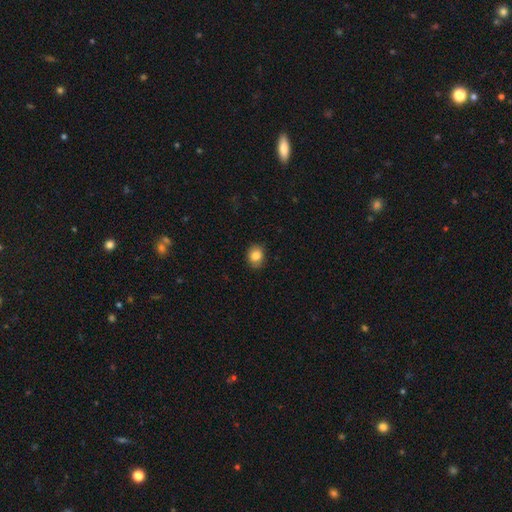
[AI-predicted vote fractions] A smooth galaxy with no disk features (85%) that is round (61%).

Vote fractions:
- Smooth or featured? smooth: 85% / star or artifact: 9% / featured or disk: 6%
- How rounded? round: 61% / in between: 38% / cigar-shaped: 1%
- Merging? none: 86% / minor disturbance: 11% / major disturbance: 2% / merger: 1%